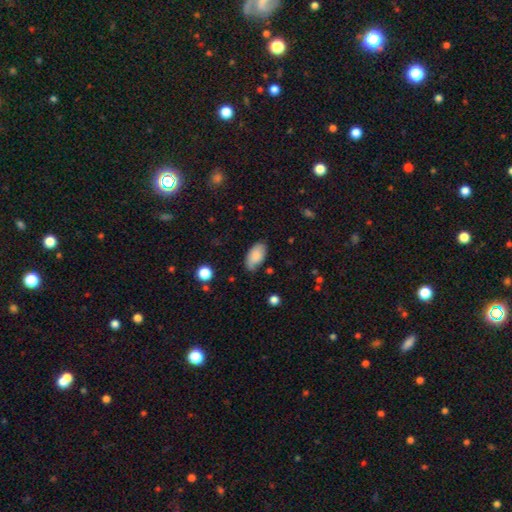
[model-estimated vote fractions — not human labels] Smooth or featured? Predicted: smooth (p=0.84). How rounded? Predicted: in between (p=0.94). Merging? Predicted: none (p=0.68).